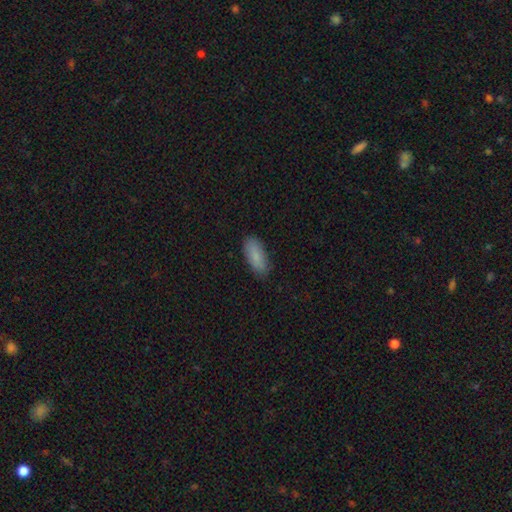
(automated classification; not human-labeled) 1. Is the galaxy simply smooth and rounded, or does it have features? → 87% smooth, 7% featured or disk, 6% star or artifact.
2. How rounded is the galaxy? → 80% in between, 18% cigar-shaped, 2% round.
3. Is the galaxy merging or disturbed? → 85% none, 12% minor disturbance, 2% major disturbance, 1% merger.